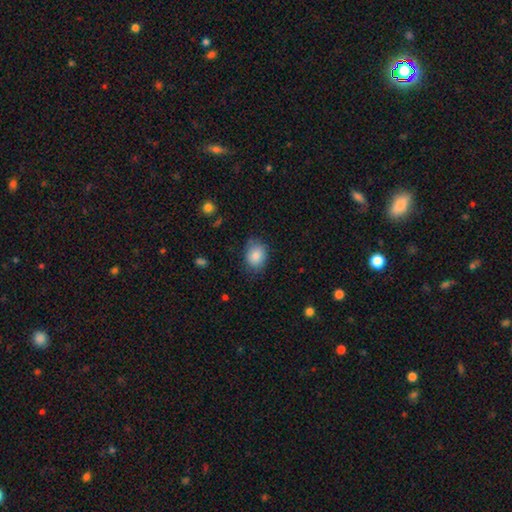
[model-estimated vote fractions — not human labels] smooth-or-featured: smooth: 85% | star or artifact: 8% | featured or disk: 7%
  how-rounded: in between: 57% | round: 42% | cigar-shaped: 1%
  merging: none: 72% | minor disturbance: 22% | major disturbance: 5% | merger: 1%